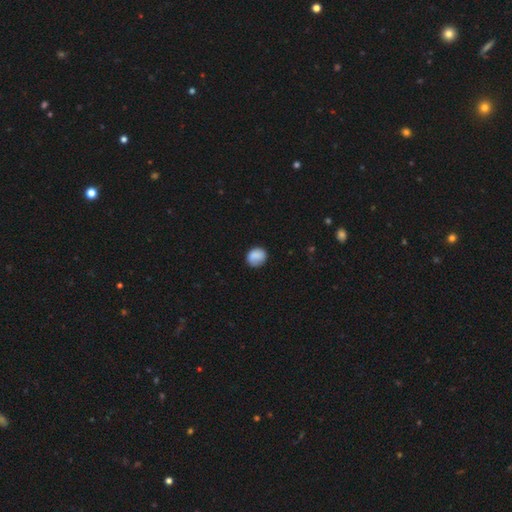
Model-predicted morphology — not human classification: smooth 85%, star or artifact 8%, featured or disk 7%. Down the decision tree: how rounded — round (72%); merging — none (79%).